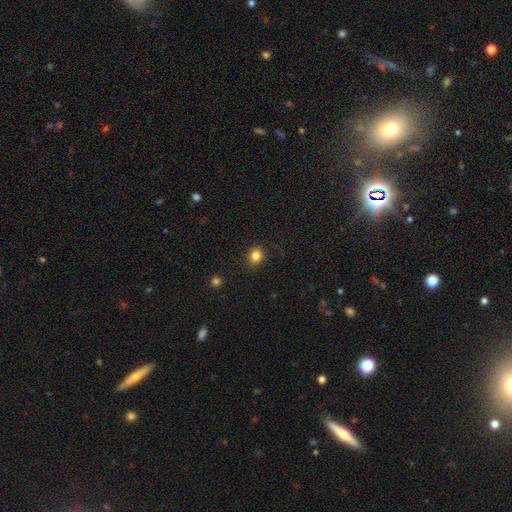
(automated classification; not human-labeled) Smooth or featured? smooth (83%)
How rounded? round (79%)
Merging? none (90%)